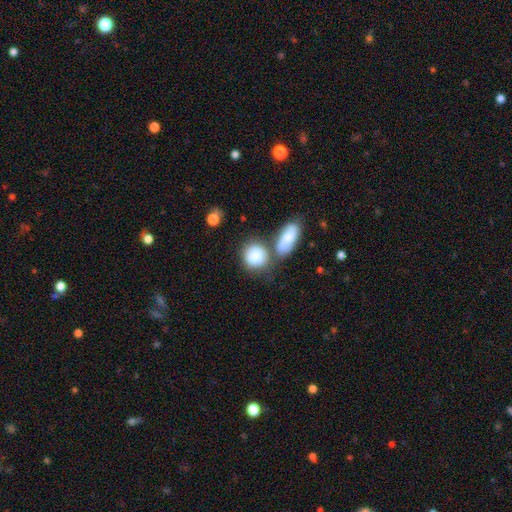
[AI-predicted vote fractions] Morphology: type=smooth (84%); roundness=round (71%); merging=none (50%).